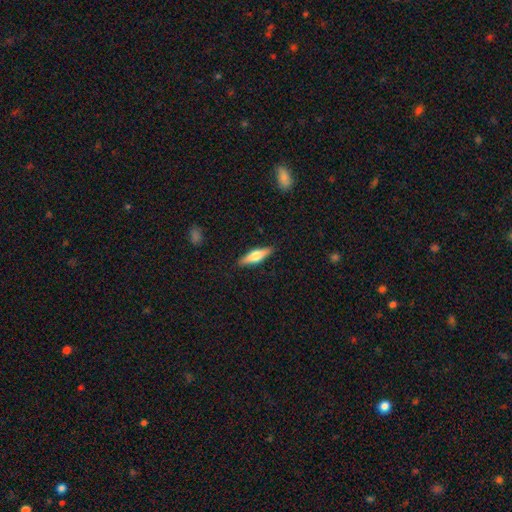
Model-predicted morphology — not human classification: Smooth or featured: smooth — 52% (featured or disk — 42%)
How rounded: cigar-shaped — 62% (in between — 36%)
Merging: none — 88% (minor disturbance — 9%)